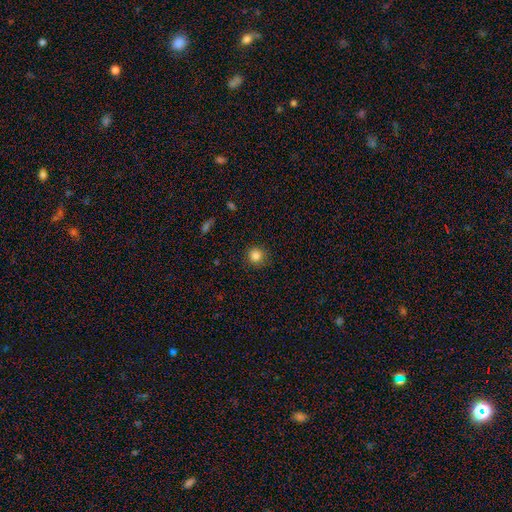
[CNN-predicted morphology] smooth 85%, star or artifact 11%, featured or disk 4%. Down the decision tree: how rounded — round (93%); merging — none (89%).